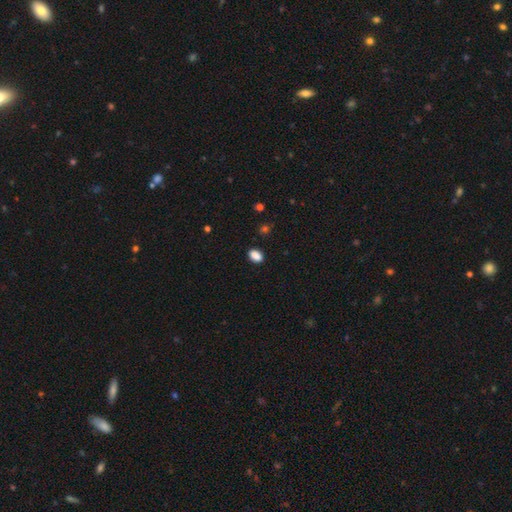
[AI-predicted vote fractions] A smooth galaxy with no disk features (88%) that is in between round and cigar-shaped (84%).

Vote fractions:
- Smooth or featured? smooth: 88% / star or artifact: 9% / featured or disk: 3%
- How rounded? in between: 84% / round: 14% / cigar-shaped: 2%
- Merging? none: 86% / minor disturbance: 10% / major disturbance: 2% / merger: 1%